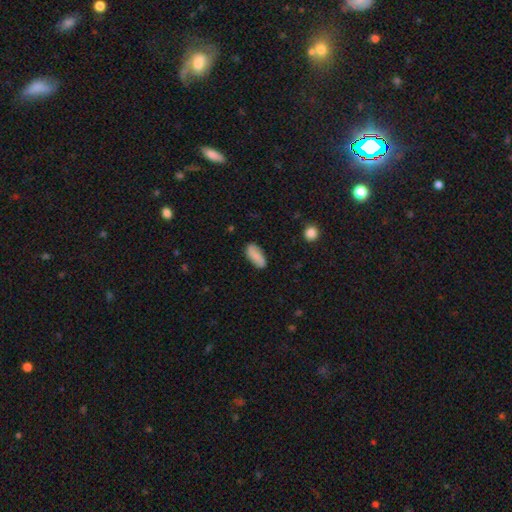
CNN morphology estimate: The model was most divided on "smooth or featured": smooth: 73%, featured or disk: 20%, star or artifact: 7%. More confident: how rounded — in between (84%); merging — none (81%).